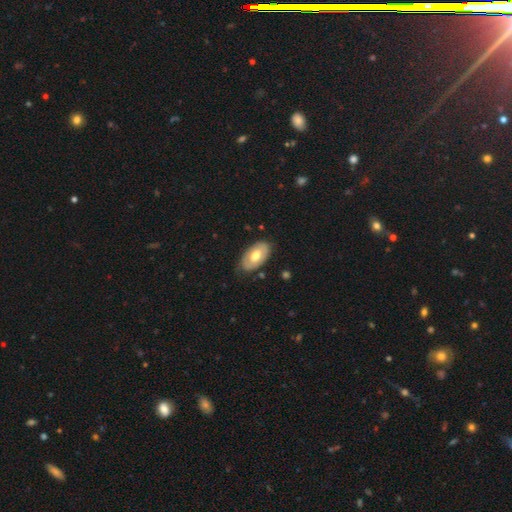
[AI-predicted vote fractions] Overall: smooth (52%; featured or disk 42%). How rounded: in between (93%). Merging: none (77%).